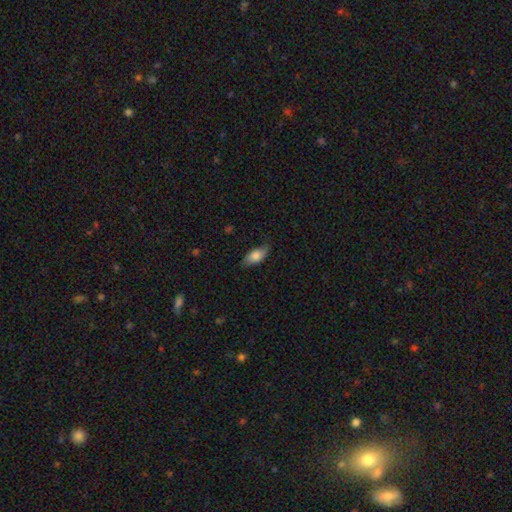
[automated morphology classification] Smooth or featured: smooth — 74% (featured or disk — 19%)
How rounded: in between — 87% (cigar-shaped — 9%)
Merging: none — 71% (minor disturbance — 23%)